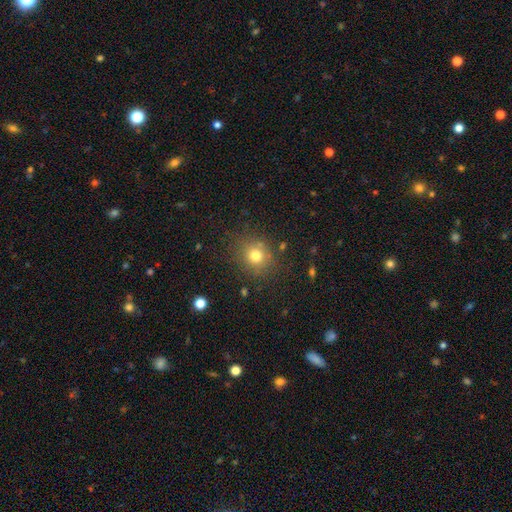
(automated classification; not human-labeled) This is likely a smooth galaxy (76%). How rounded: clearly round (80%). Merging: clearly none (81%).